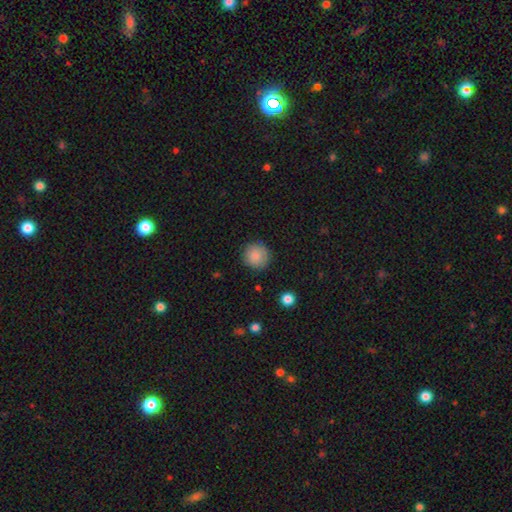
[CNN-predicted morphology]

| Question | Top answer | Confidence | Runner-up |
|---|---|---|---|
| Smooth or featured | smooth | 87% | star or artifact (8%) |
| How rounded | round | 94% | in between (5%) |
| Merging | none | 87% | minor disturbance (10%) |